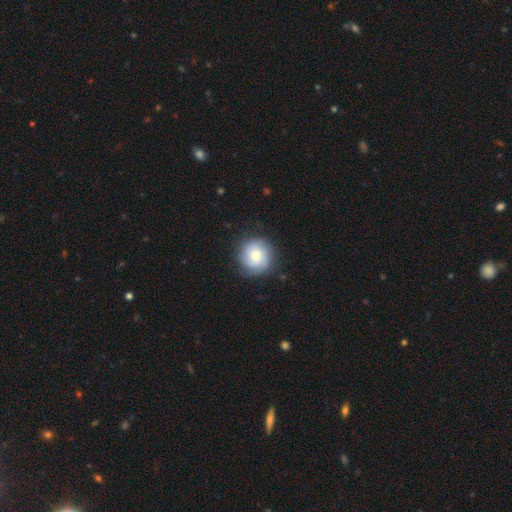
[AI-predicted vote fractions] The model was most divided on "smooth or featured": smooth: 66%, featured or disk: 26%, star or artifact: 8%. More confident: how rounded — round (93%); merging — none (80%).